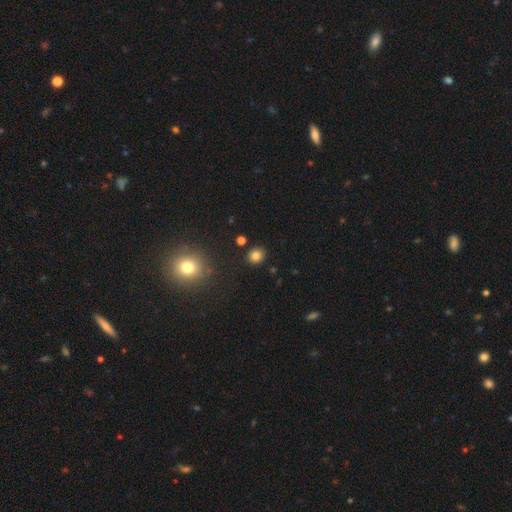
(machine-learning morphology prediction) Q: Smooth or featured?
A: smooth (81%); runner-up: star or artifact (13%)
Q: How rounded?
A: round (74%); runner-up: in between (25%)
Q: Merging?
A: none (87%); runner-up: minor disturbance (8%)